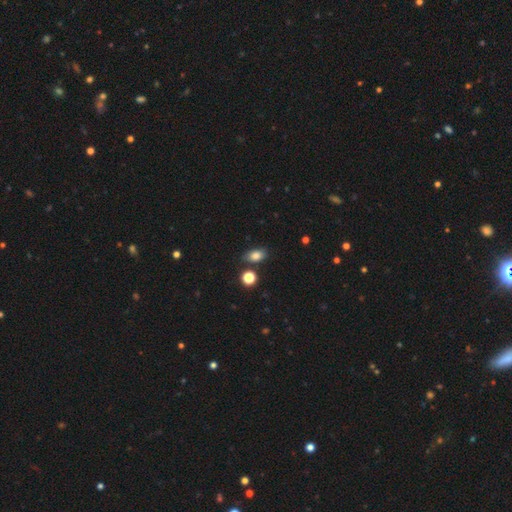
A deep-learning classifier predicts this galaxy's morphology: Smooth or featured?
  - smooth: 82% *
  - star or artifact: 11%
  - featured or disk: 7%
How rounded?
  - in between: 80% *
  - round: 18%
  - cigar-shaped: 2%
Merging?
  - none: 76% *
  - minor disturbance: 13%
  - merger: 7%
  - major disturbance: 3%